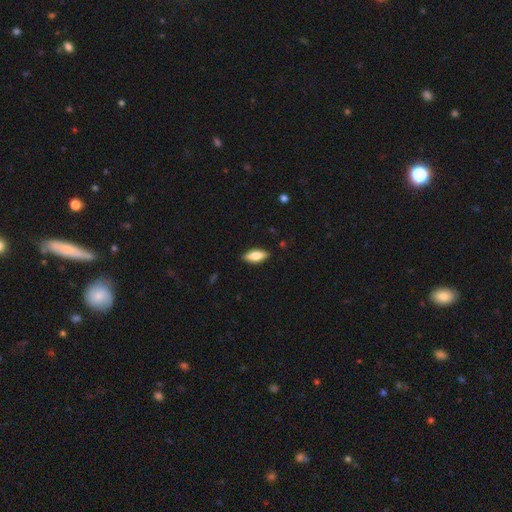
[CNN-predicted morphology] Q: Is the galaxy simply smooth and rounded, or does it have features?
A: smooth — 76%.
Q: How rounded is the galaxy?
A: in between — 76%.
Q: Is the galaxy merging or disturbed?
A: none — 88%.